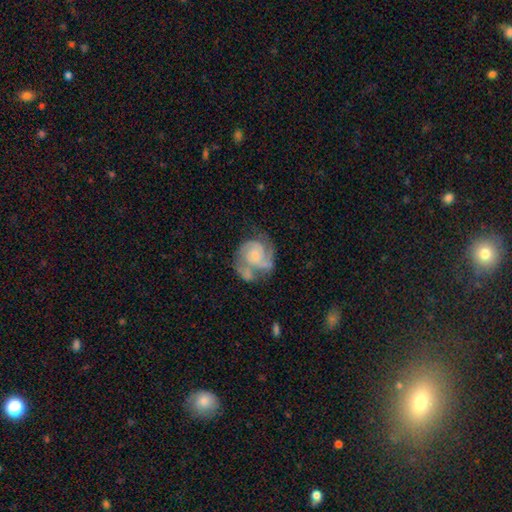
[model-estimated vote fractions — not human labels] smooth-or-featured: featured or disk: 81% | smooth: 13% | star or artifact: 6%
  disk-edge-on: no: 98% | yes: 2%
    bar: no: 68% | weak: 28% | strong: 5%
    has-spiral-arms: yes: 95% | no: 5%
      spiral-winding: tight: 48% | medium: 41% | loose: 11%
      spiral-arm-count: 2: 56% | 3: 20% | can't tell: 13% | 1: 5% | 4: 3% | more than 4: 3%
    bulge-size: small: 57% | moderate: 22% | none: 16% | large: 3% | dominant: 1%
  merging: none: 43% | minor disturbance: 21% | merger: 20% | major disturbance: 16%